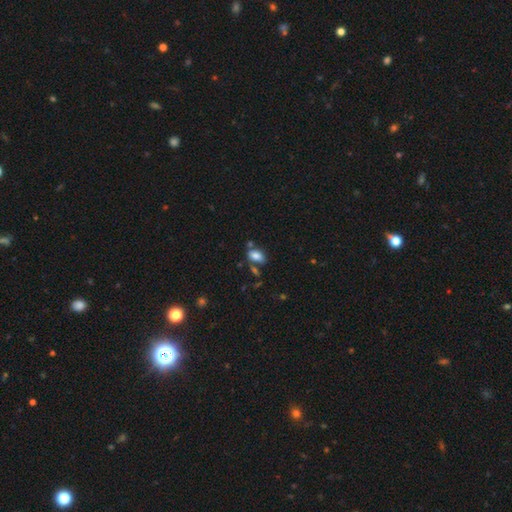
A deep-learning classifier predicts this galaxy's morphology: Smooth or featured? smooth (82%)
How rounded? in between (90%)
Merging? none (59%)